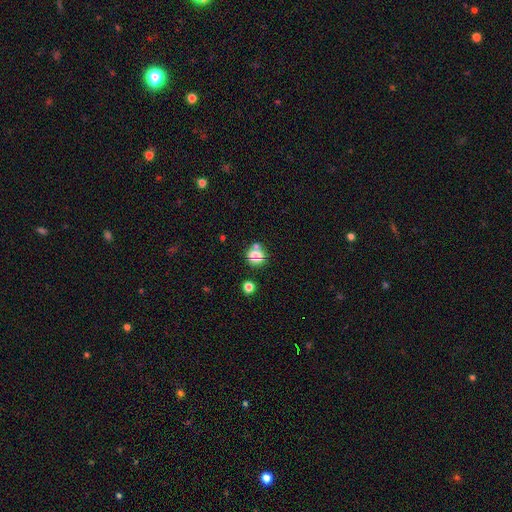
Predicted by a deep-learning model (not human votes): Smooth or featured: smooth — 68% (featured or disk — 19%)
How rounded: round — 79% (in between — 19%)
Merging: none — 64% (merger — 20%)